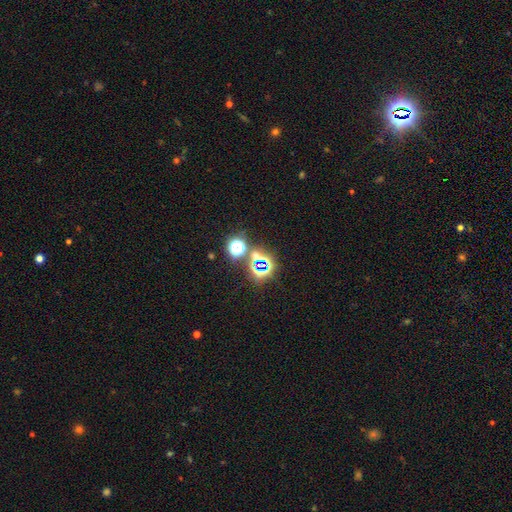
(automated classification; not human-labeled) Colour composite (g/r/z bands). It shows a star or artifact, not a galaxy (71%).